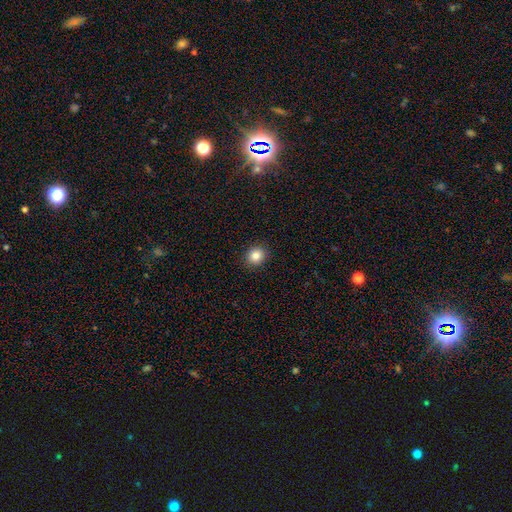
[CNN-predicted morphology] The model was most divided on "how rounded": round: 79%, in between: 20%, cigar-shaped: 1%. More confident: merging — none (91%); smooth or featured — smooth (85%).